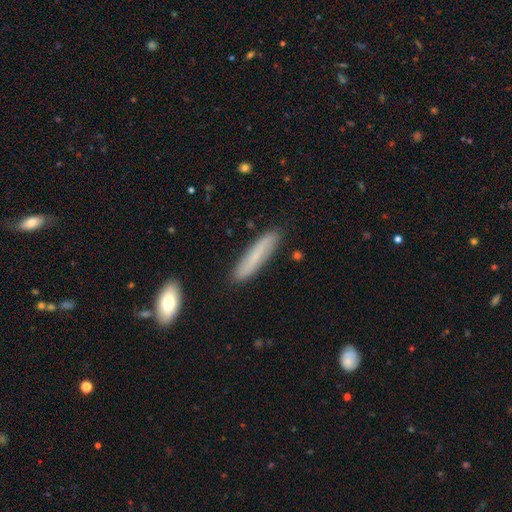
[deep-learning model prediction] smooth 70%, featured or disk 22%, star or artifact 8%. Down the decision tree: how rounded — cigar-shaped (86%); merging — none (85%).